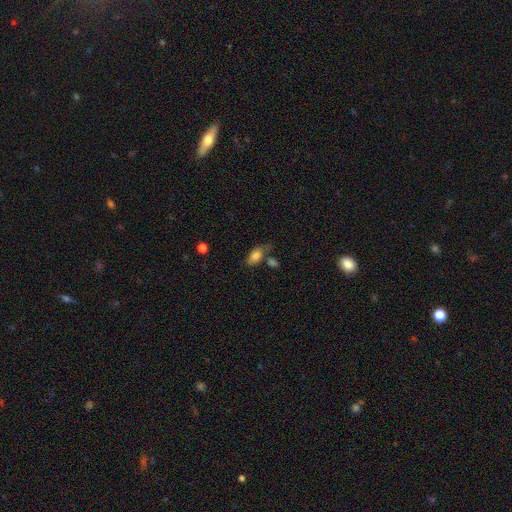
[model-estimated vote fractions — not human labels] This is clearly a smooth galaxy (80%). How rounded: clearly in between (90%). Merging: possibly none (53%).